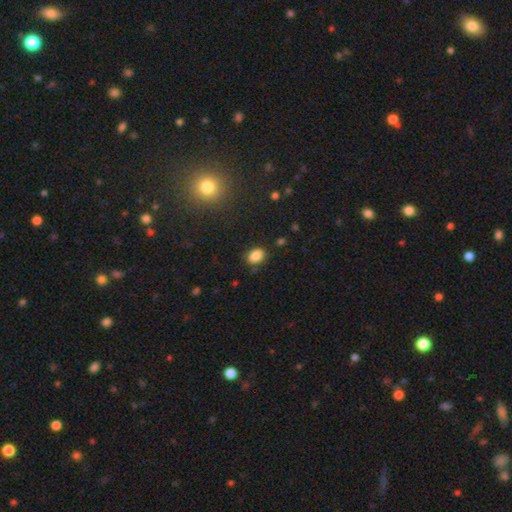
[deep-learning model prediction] Q: Smooth or featured?
A: smooth (86%); runner-up: star or artifact (10%)
Q: How rounded?
A: in between (76%); runner-up: round (23%)
Q: Merging?
A: none (83%); runner-up: minor disturbance (12%)